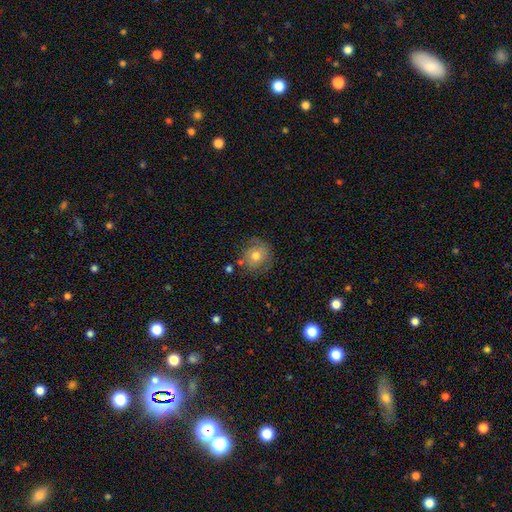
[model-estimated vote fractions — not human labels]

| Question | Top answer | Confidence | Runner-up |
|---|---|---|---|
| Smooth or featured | smooth | 65% | featured or disk (25%) |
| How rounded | round | 86% | in between (13%) |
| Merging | none | 70% | minor disturbance (19%) |